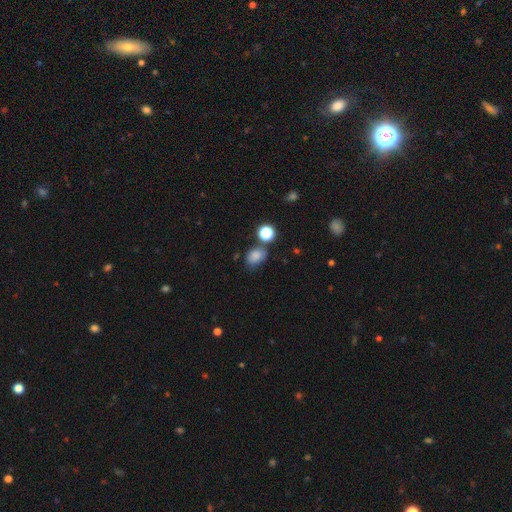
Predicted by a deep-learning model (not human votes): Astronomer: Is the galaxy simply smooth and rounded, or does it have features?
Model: smooth — 80%.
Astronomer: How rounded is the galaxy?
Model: in between — 65%.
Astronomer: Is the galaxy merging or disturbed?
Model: none — 64%.